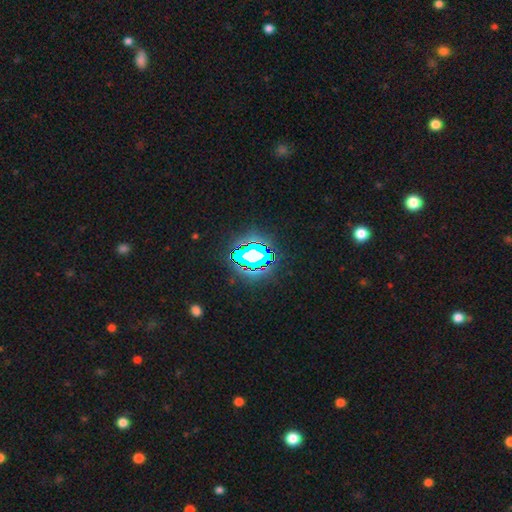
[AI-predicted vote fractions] A star or artifact, not a galaxy (73%).